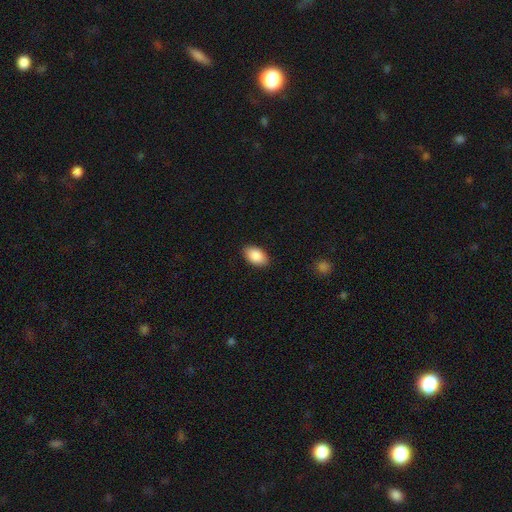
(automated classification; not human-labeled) A smooth galaxy with no disk features (89%) that is in between round and cigar-shaped (93%).

Vote fractions:
- Smooth or featured? smooth: 89% / star or artifact: 6% / featured or disk: 5%
- How rounded? in between: 93% / round: 6% / cigar-shaped: 1%
- Merging? none: 88% / minor disturbance: 9% / major disturbance: 2% / merger: 1%